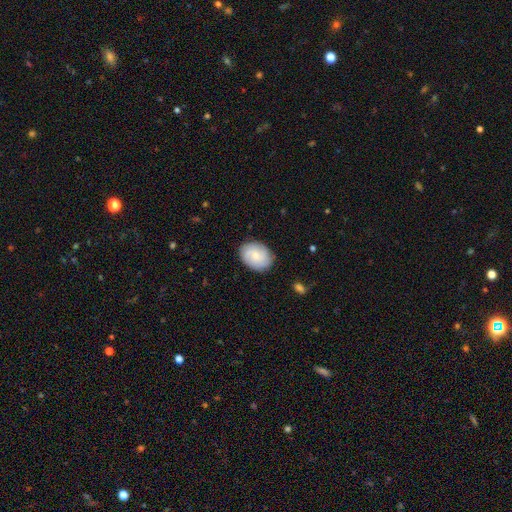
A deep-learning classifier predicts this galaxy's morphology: Smooth or featured: smooth — 49% (featured or disk — 44%)
Merging: none — 83% (minor disturbance — 13%)